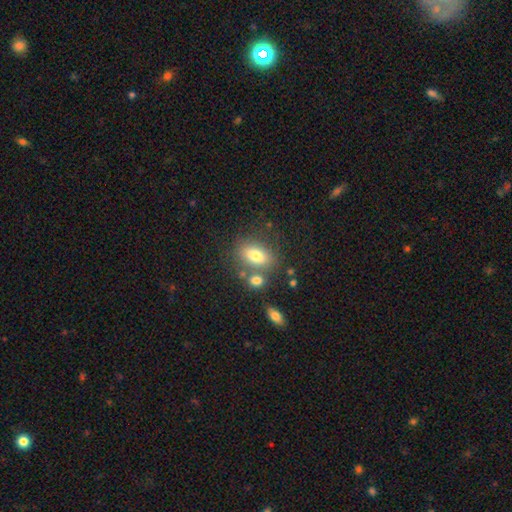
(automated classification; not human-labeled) This appears to be a smooth galaxy with no disk features (76%) that is in between round and cigar-shaped (84%). Merging: none (64%).